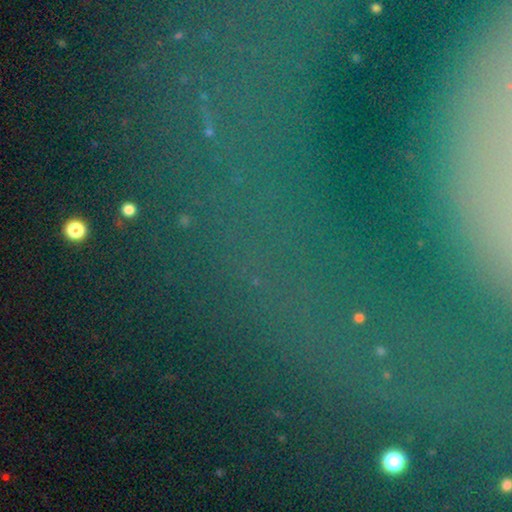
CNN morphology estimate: smooth_or_featured: star or artifact (p=0.77) [alt: smooth p=0.12]